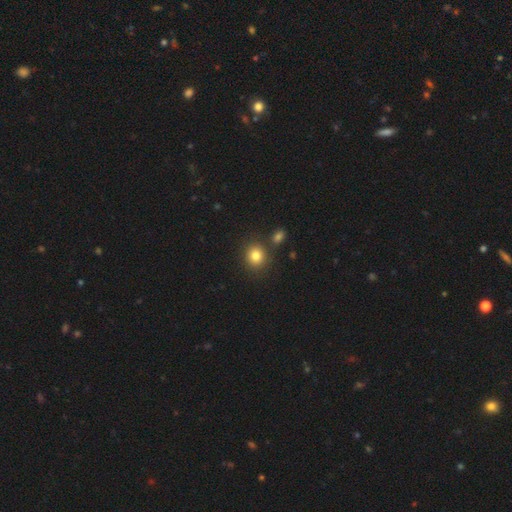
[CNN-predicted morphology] Smooth or featured?
  - smooth: 82% *
  - star or artifact: 11%
  - featured or disk: 7%
How rounded?
  - round: 81% *
  - in between: 18%
  - cigar-shaped: 1%
Merging?
  - none: 79% *
  - merger: 9%
  - minor disturbance: 9%
  - major disturbance: 3%